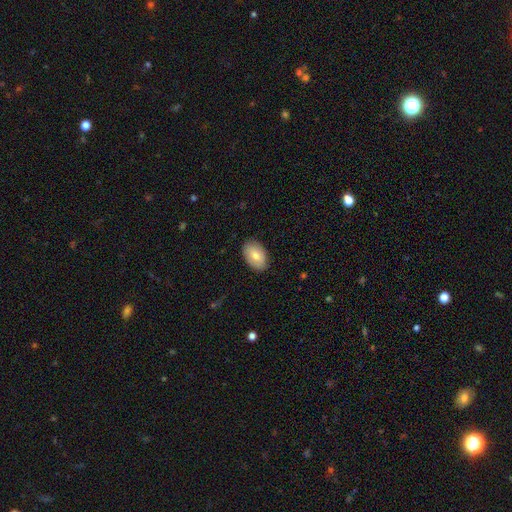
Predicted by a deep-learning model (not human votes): smooth-or-featured: smooth: 78% | featured or disk: 16% | star or artifact: 6%
  how-rounded: in between: 91% | round: 8% | cigar-shaped: 1%
  merging: none: 86% | minor disturbance: 11% | major disturbance: 2% | merger: 1%